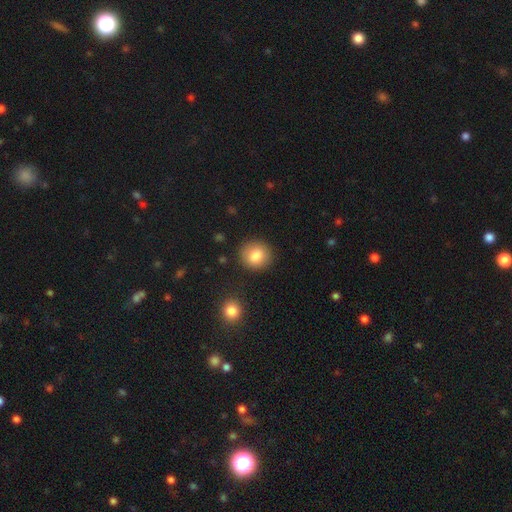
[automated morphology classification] The model was most divided on "how rounded": round: 85%, in between: 14%, cigar-shaped: 1%. More confident: merging — none (87%); smooth or featured — smooth (84%).